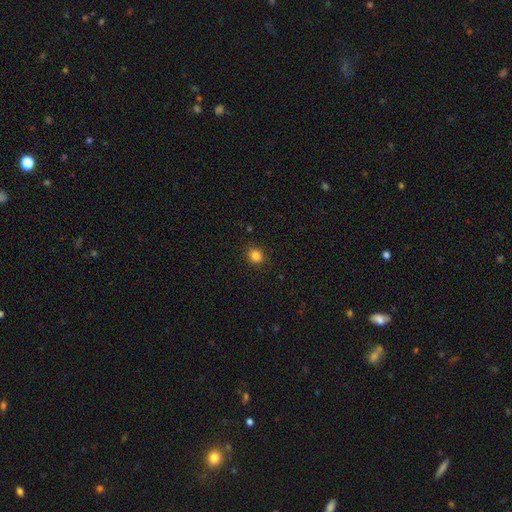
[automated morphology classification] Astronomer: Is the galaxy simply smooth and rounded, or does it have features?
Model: smooth — 84%.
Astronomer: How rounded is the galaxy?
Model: round — 72%.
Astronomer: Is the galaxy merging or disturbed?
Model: none — 89%.